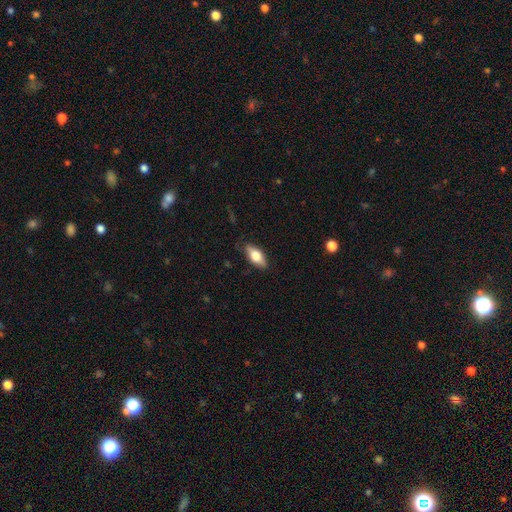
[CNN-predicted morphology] type=smooth (73%); roundness=in between (83%); merging=none (81%).